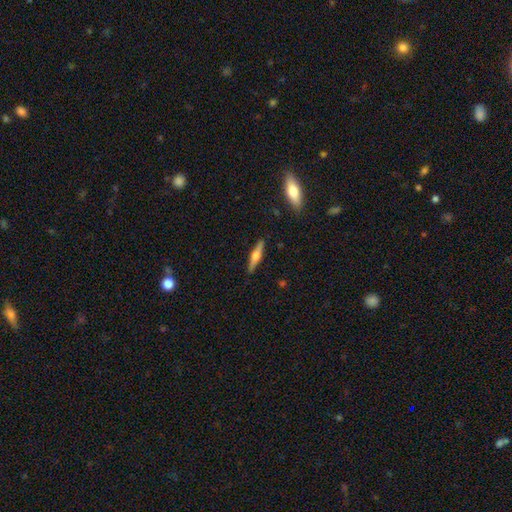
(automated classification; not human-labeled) A featured or disk galaxy (58%) viewed edge-on (97%) with a rounded central bulge (89%). Merging: none (90%).